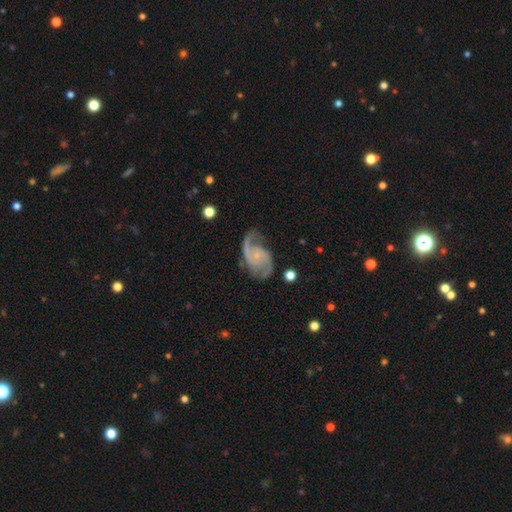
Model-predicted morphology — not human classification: A featured or disk galaxy (88%) with no bar (68%), 2 (85%) medium (51%) spiral arms (97%) and a small central bulge (71%). Merging: none (64%).